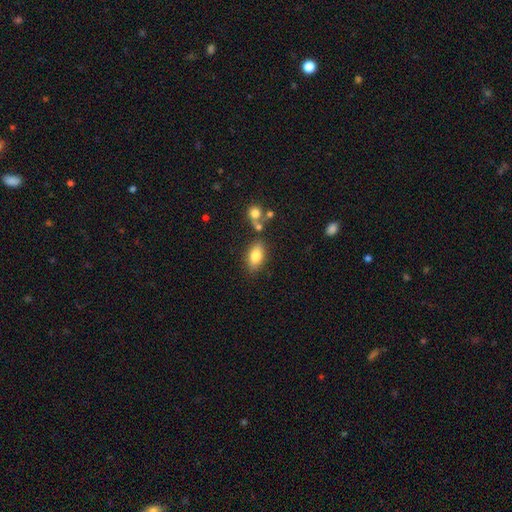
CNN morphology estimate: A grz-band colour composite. It shows a smooth galaxy with no disk features (77%) that is in between round and cigar-shaped (86%). Merging: none (74%).